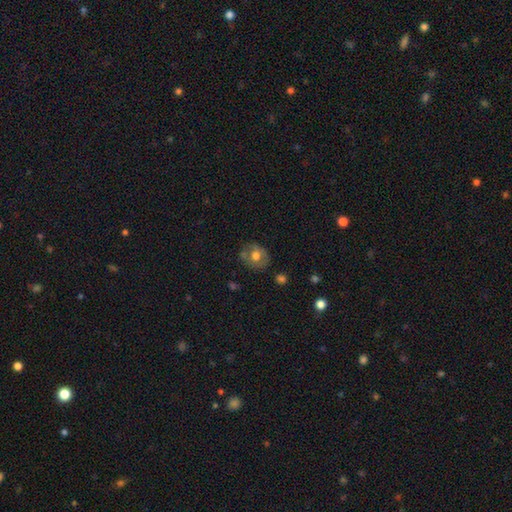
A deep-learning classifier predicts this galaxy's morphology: Overall: smooth (58%; featured or disk 33%). How rounded: round (65%; in between 34%). Merging: none (71%).